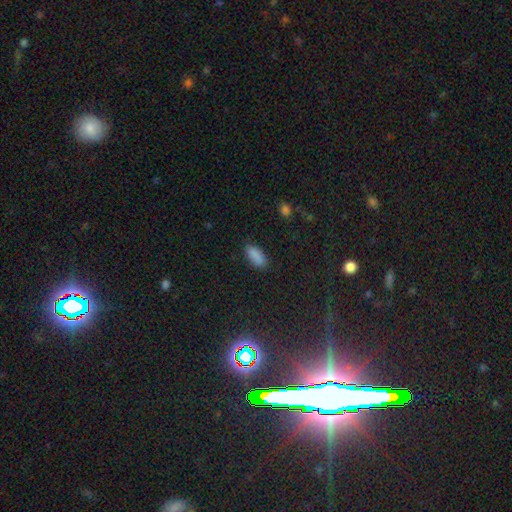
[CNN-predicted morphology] smooth 87%, star or artifact 9%, featured or disk 4%. Down the decision tree: how rounded — in between (87%); merging — none (84%).